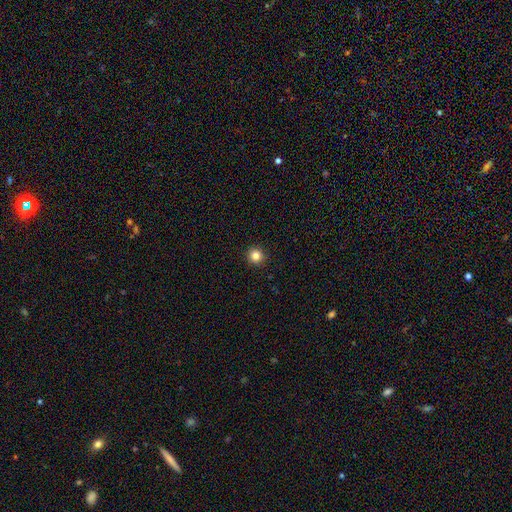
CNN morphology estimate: smooth_or_featured: smooth (p=0.83) [alt: star or artifact p=0.12]
how_rounded: round (p=0.95) [alt: in between p=0.04]
merging: none (p=0.94) [alt: minor disturbance p=0.04]